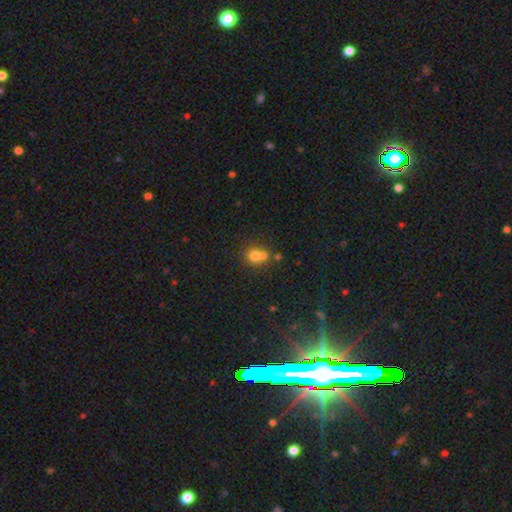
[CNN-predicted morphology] Smooth or featured? smooth (70%)
How rounded? round (80%)
Merging? merger (50%)